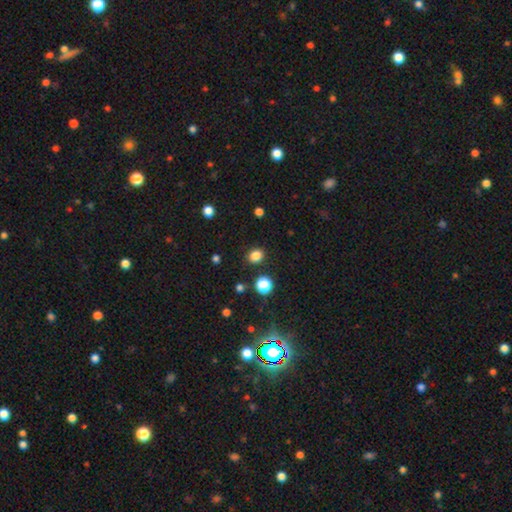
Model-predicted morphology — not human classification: This is clearly a smooth galaxy (83%). How rounded: likely round (68%). Merging: clearly none (88%).